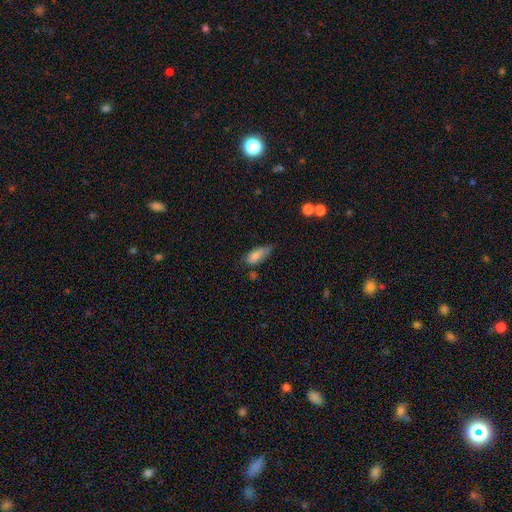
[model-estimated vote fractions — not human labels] Smooth or featured: smooth — 77% (featured or disk — 16%)
How rounded: in between — 81% (cigar-shaped — 16%)
Merging: none — 42% (minor disturbance — 40%)